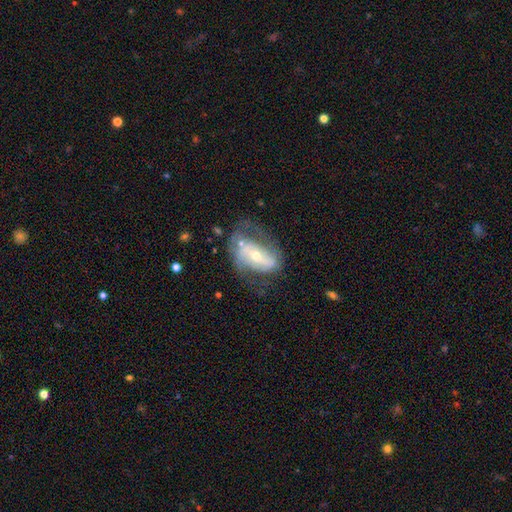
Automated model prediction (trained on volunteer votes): Smooth or featured? featured or disk (76%)
Edge-on disk? no (94%)
Bar? strong (35%)
Spiral arms? yes (83%)
Spiral winding? loose (41%)
Spiral arm count? 2 (77%)
Bulge size? small (56%)
Merging? none (47%)